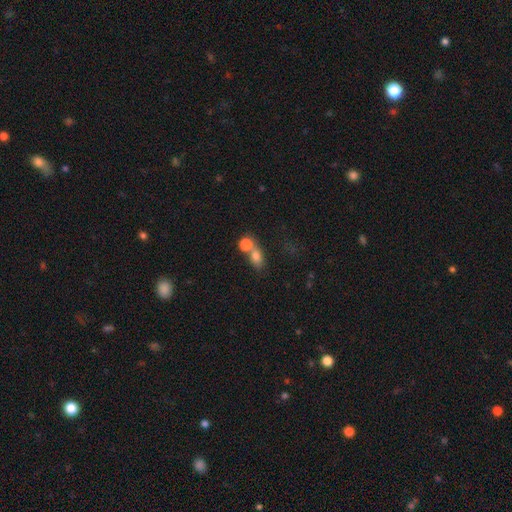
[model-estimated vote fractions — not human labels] This is likely a smooth galaxy (76%). How rounded: possibly in between (56%). Merging: possibly merger (55%).